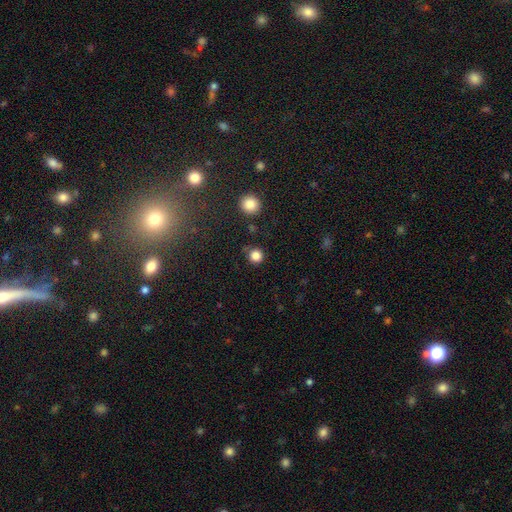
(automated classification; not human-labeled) smooth_or_featured: smooth (p=0.83) [alt: star or artifact p=0.13]
how_rounded: round (p=0.93) [alt: in between p=0.06]
merging: none (p=0.84) [alt: minor disturbance p=0.10]